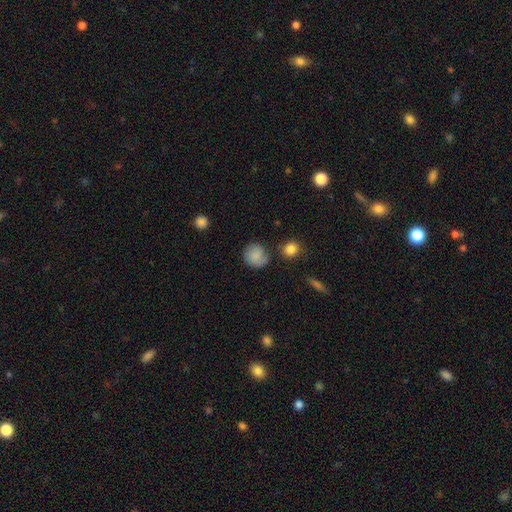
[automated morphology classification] smooth-or-featured: smooth: 83% | featured or disk: 9% | star or artifact: 8%
  how-rounded: round: 85% | in between: 14% | cigar-shaped: 1%
  merging: none: 67% | minor disturbance: 21% | major disturbance: 6% | merger: 6%